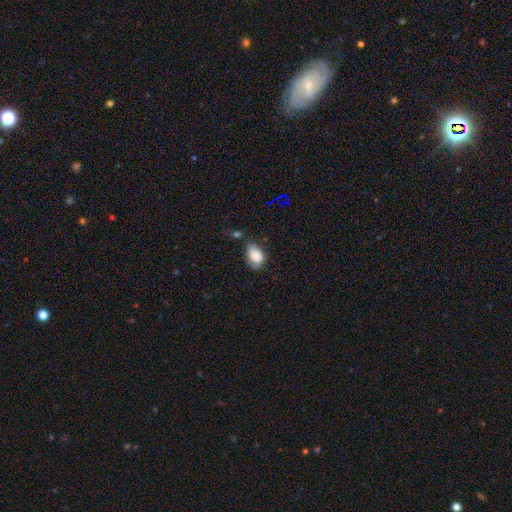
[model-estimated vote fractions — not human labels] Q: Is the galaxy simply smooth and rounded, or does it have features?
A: smooth — 84%.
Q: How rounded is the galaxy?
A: in between — 90%.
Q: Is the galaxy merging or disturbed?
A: none — 55%.